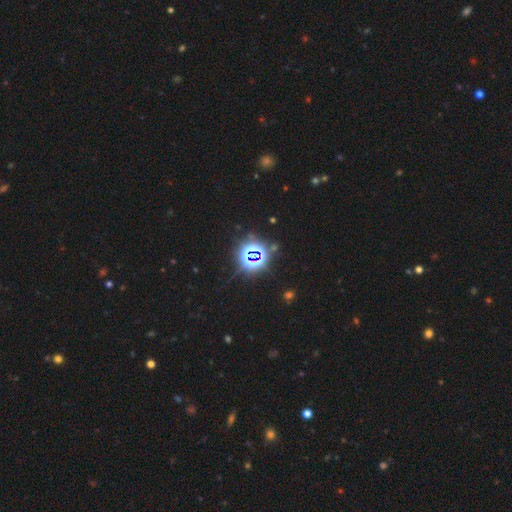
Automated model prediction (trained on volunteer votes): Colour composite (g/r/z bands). It shows a star or artifact, not a galaxy (82%).